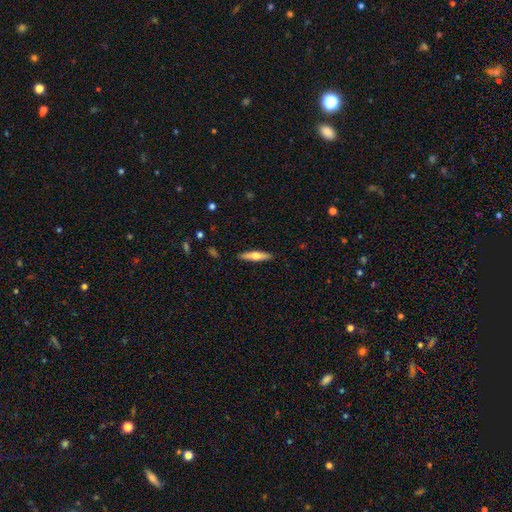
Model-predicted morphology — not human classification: This appears to be a smooth galaxy with no disk features (53%) that is cigar-shaped (79%). Merging: none (90%).